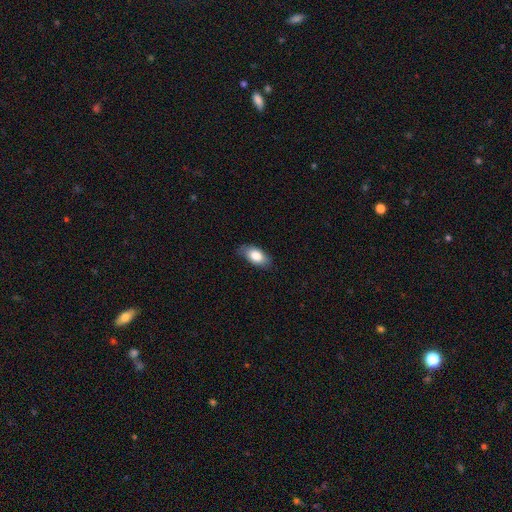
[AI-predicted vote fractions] Overall: smooth (82%). How rounded: in between (91%). Merging: none (78%).